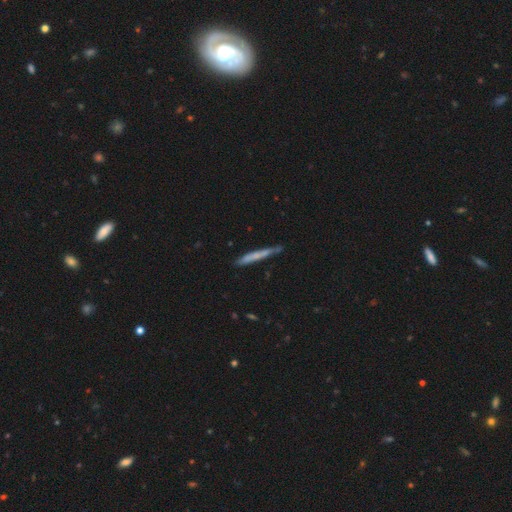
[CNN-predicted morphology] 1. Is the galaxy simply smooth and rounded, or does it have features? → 55% smooth, 38% featured or disk, 7% star or artifact.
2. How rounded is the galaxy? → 96% cigar-shaped, 3% in between, 1% round.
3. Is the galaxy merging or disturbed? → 76% none, 18% minor disturbance, 3% major disturbance, 3% merger.